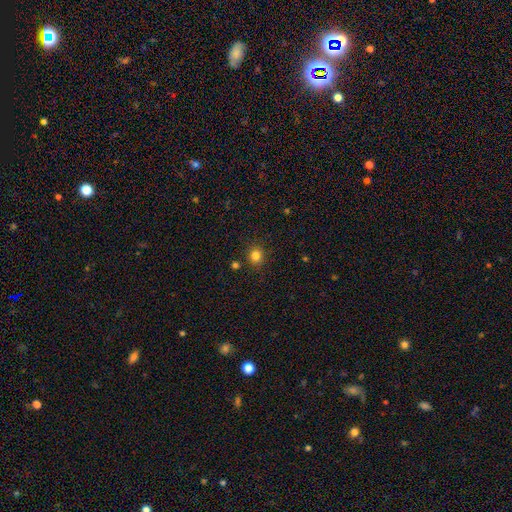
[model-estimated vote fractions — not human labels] Smooth or featured? Predicted: smooth (p=0.82). How rounded? Predicted: round (p=0.85). Merging? Predicted: none (p=0.86).